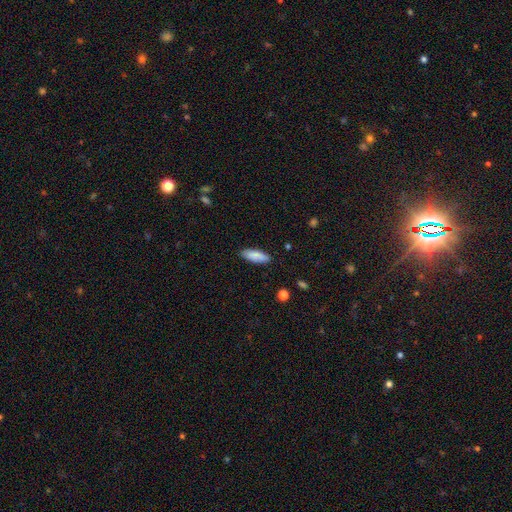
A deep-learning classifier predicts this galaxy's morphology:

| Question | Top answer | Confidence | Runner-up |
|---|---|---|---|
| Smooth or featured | smooth | 86% | featured or disk (8%) |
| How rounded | in between | 60% | cigar-shaped (38%) |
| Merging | none | 87% | minor disturbance (10%) |